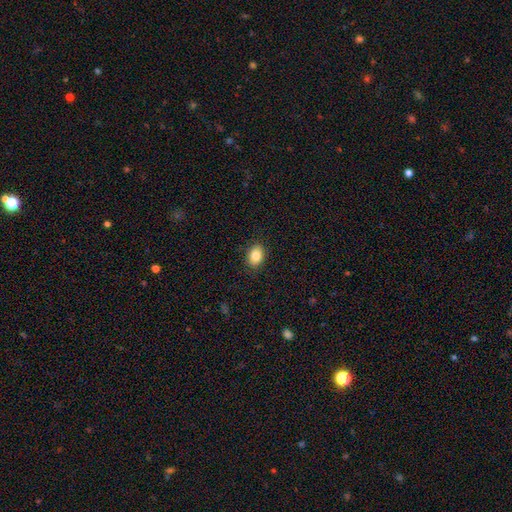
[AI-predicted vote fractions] The model was most divided on "how rounded": in between: 76%, round: 23%, cigar-shaped: 1%. More confident: merging — none (88%); smooth or featured — smooth (85%).